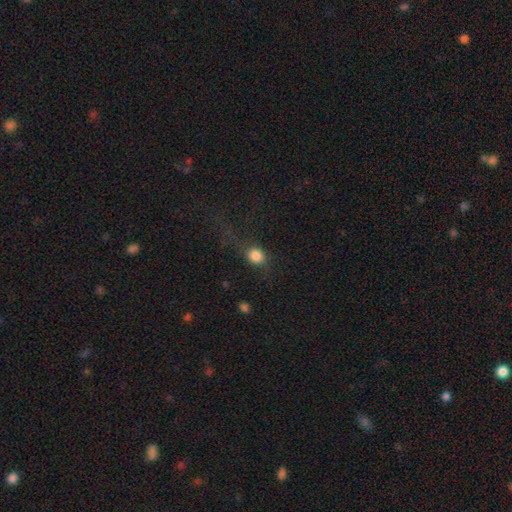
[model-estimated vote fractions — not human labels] Smooth or featured: smooth — 82% (star or artifact — 11%)
How rounded: round — 66% (in between — 32%)
Merging: none — 60% (major disturbance — 19%)